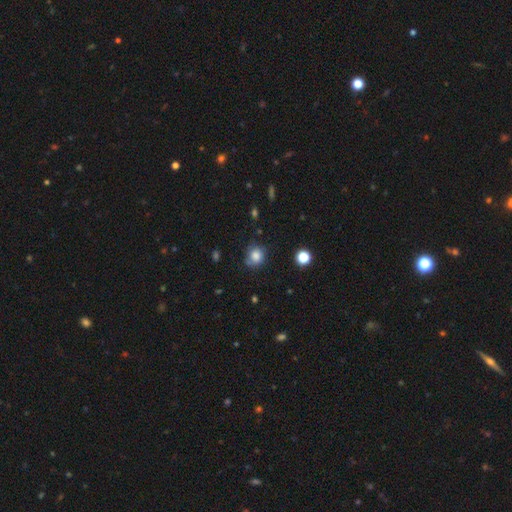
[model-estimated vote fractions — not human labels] A smooth galaxy with no disk features (79%) that is round (75%). Merging: none (62%).